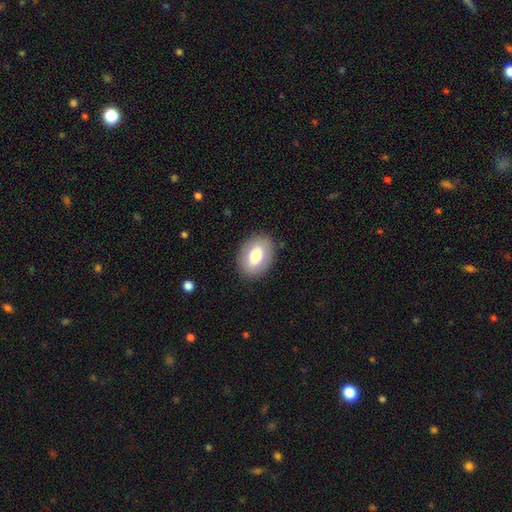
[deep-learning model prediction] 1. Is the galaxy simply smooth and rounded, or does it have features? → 71% smooth, 21% featured or disk, 8% star or artifact.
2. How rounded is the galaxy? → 77% in between, 22% round, 1% cigar-shaped.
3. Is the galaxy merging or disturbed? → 88% none, 9% minor disturbance, 3% major disturbance, 1% merger.